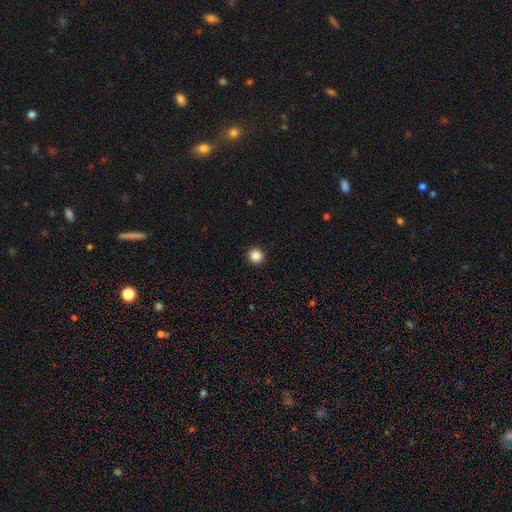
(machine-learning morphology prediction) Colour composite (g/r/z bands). It shows a smooth galaxy with no disk features (87%) that is round (94%). Merging: none (94%).